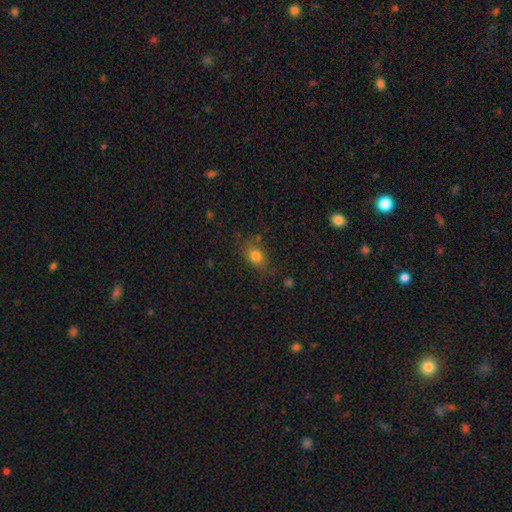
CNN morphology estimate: Smooth or featured? smooth (79%)
How rounded? in between (58%)
Merging? none (72%)